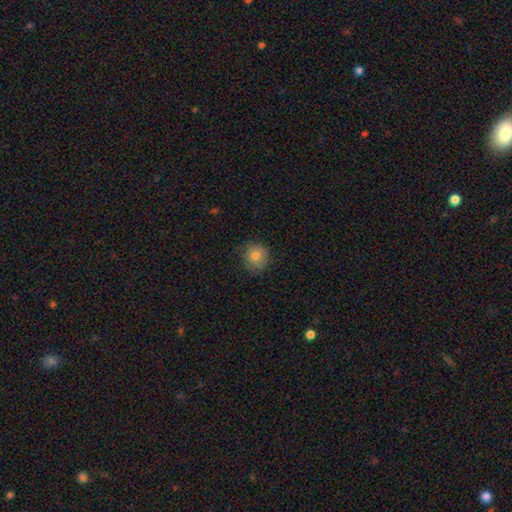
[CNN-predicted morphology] Smooth or featured? smooth (79%)
How rounded? round (88%)
Merging? none (78%)